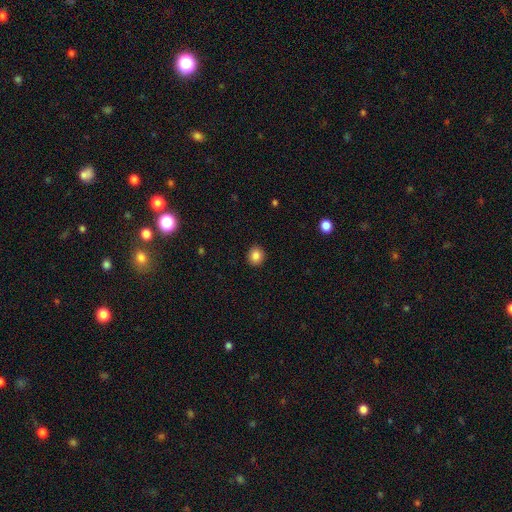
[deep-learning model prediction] The model was most divided on "how rounded": round: 85%, in between: 15%, cigar-shaped: 1%. More confident: merging — none (91%); smooth or featured — smooth (85%).